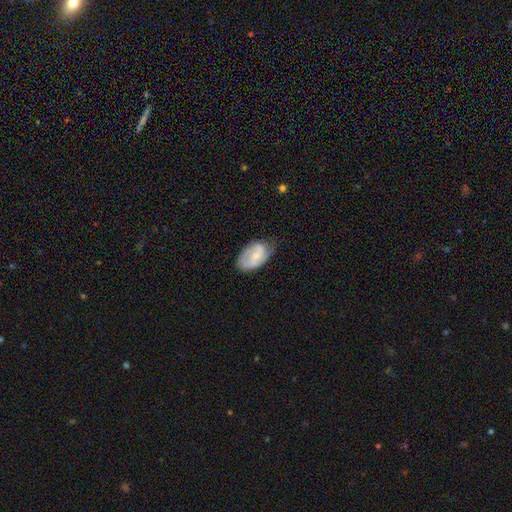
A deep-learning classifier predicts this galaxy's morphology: smooth-or-featured: featured or disk: 53% | smooth: 41% | star or artifact: 6%
  disk-edge-on: no: 96% | yes: 4%
    bar: no: 46% | weak: 43% | strong: 11%
    has-spiral-arms: yes: 76% | no: 24%
    bulge-size: small: 53% | moderate: 37% | none: 7% | large: 2% | dominant: 1%
  merging: none: 57% | minor disturbance: 32% | major disturbance: 9% | merger: 2%